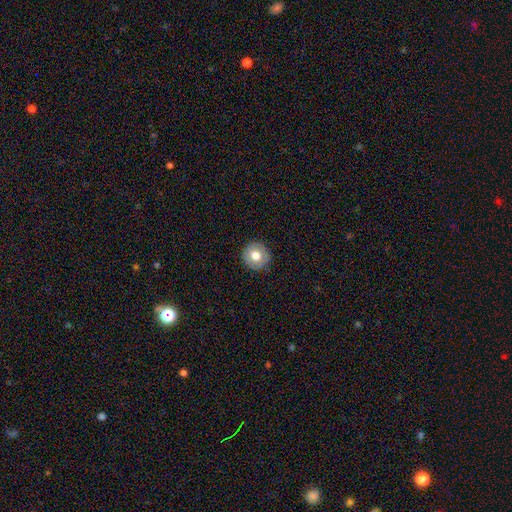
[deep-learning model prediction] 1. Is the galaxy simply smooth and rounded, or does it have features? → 70% smooth, 21% featured or disk, 8% star or artifact.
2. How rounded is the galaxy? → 94% round, 5% in between, 1% cigar-shaped.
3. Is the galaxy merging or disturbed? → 90% none, 7% minor disturbance, 2% major disturbance, 1% merger.